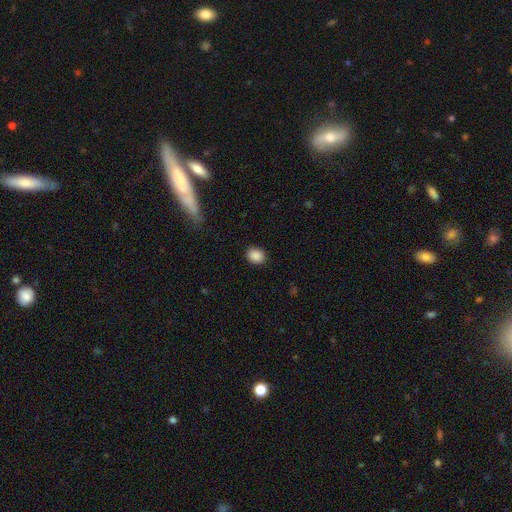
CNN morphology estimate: Q: Smooth or featured?
A: smooth (89%); runner-up: star or artifact (8%)
Q: How rounded?
A: in between (50%); runner-up: round (49%)
Q: Merging?
A: none (89%); runner-up: minor disturbance (8%)